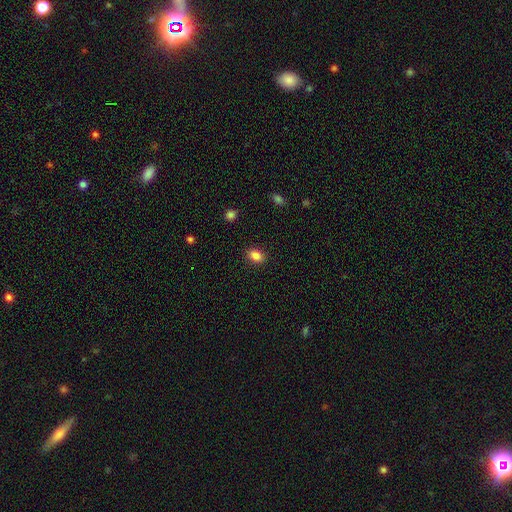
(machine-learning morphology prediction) smooth-or-featured: smooth: 86% | star or artifact: 10% | featured or disk: 5%
  how-rounded: in between: 79% | round: 19% | cigar-shaped: 1%
  merging: none: 89% | minor disturbance: 8% | major disturbance: 2% | merger: 1%